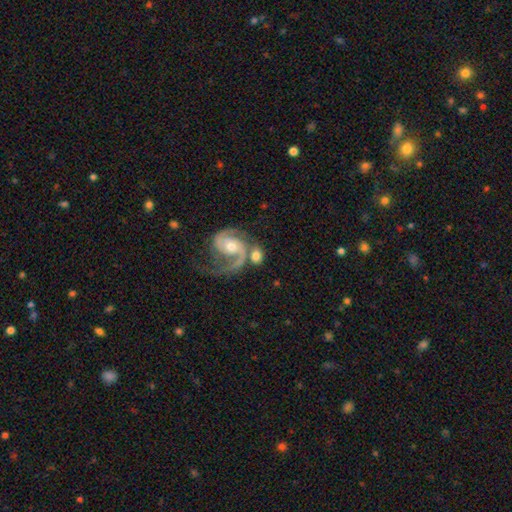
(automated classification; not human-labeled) A featured or disk galaxy (68%) with no bar (54%), 2 (86%) medium (50%) spiral arms (94%) and a moderate central bulge (54%).

Vote fractions:
- Smooth or featured? featured or disk: 68% / smooth: 25% / star or artifact: 7%
- Edge-on disk? no: 97% / yes: 3%
- Bar? no: 54% / weak: 34% / strong: 12%
- Spiral arms? yes: 94% / no: 6%
- Spiral winding? medium: 50% / loose: 30% / tight: 20%
- Spiral arm count? 2: 86% / 1: 8% / can't tell: 3% / 3: 2% / 4: 1% / more than 4: 1%
- Bulge size? moderate: 54% / small: 36% / large: 7% / none: 2% / dominant: 2%
- Merging? none: 43% / merger: 33% / minor disturbance: 14% / major disturbance: 10%